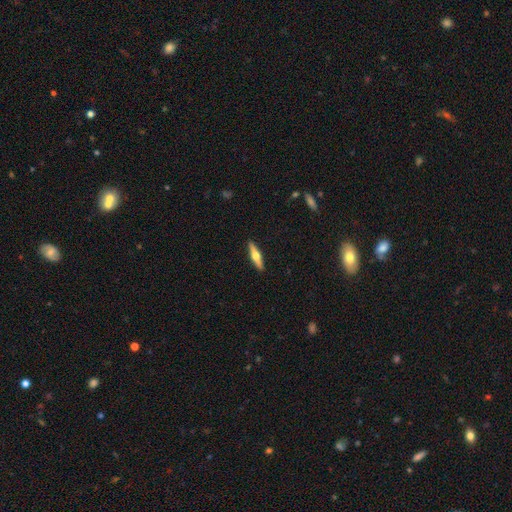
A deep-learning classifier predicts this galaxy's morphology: smooth-or-featured: featured or disk: 61% | smooth: 33% | star or artifact: 5%
  disk-edge-on: yes: 96% | no: 4%
    edge-on-bulge: rounded: 95% | boxy: 3% | none: 2%
  merging: none: 91% | minor disturbance: 6% | major disturbance: 1% | merger: 1%